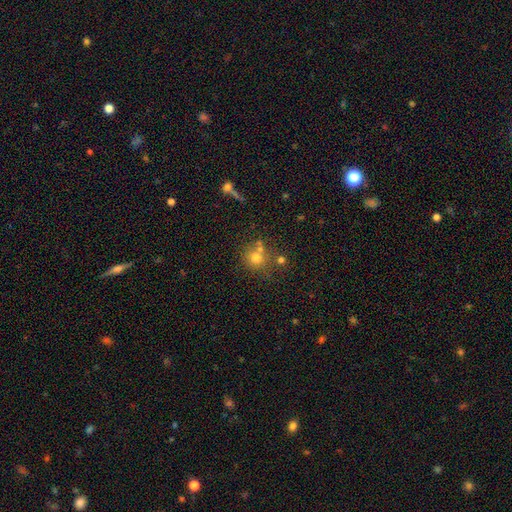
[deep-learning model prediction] Smooth or featured?
  - smooth: 64% *
  - star or artifact: 23%
  - featured or disk: 13%
How rounded?
  - round: 88% *
  - in between: 11%
  - cigar-shaped: 1%
Merging?
  - none: 62% *
  - merger: 24%
  - minor disturbance: 10%
  - major disturbance: 4%